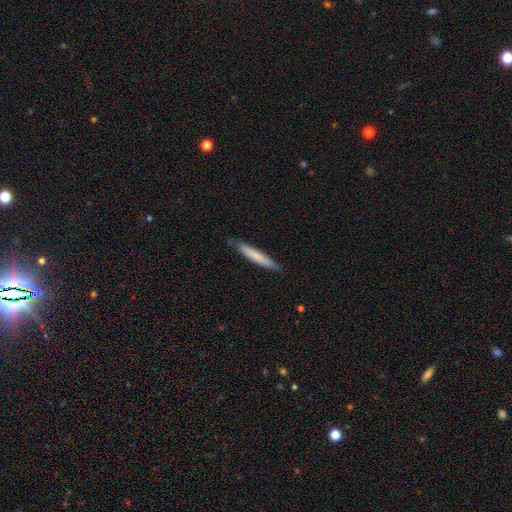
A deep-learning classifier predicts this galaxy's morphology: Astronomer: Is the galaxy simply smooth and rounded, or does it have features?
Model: smooth — 71%.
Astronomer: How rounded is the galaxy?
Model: cigar-shaped — 93%.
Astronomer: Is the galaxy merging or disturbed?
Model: none — 83%.